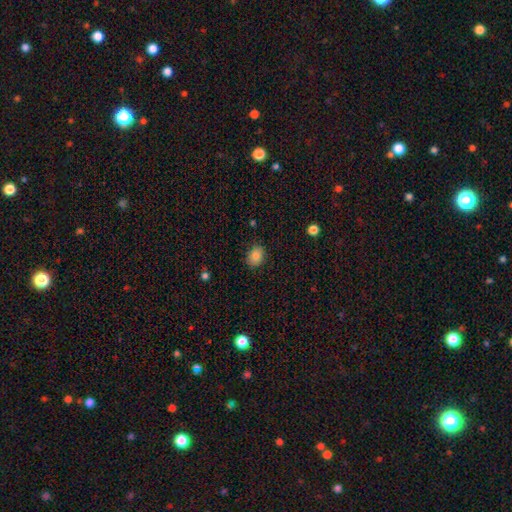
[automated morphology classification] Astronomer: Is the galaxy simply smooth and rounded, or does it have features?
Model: smooth — 83%.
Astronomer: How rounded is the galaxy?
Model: in between — 56% (runner-up: round, 43%).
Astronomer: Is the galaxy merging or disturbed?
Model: none — 83%.